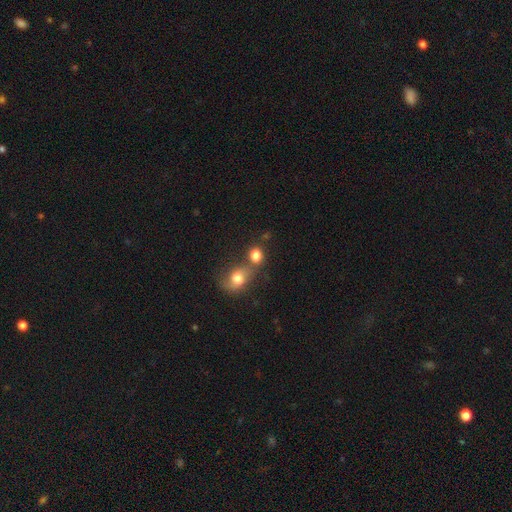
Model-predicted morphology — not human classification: A smooth galaxy with no disk features (79%) that is round (63%). Merging: none (44%).